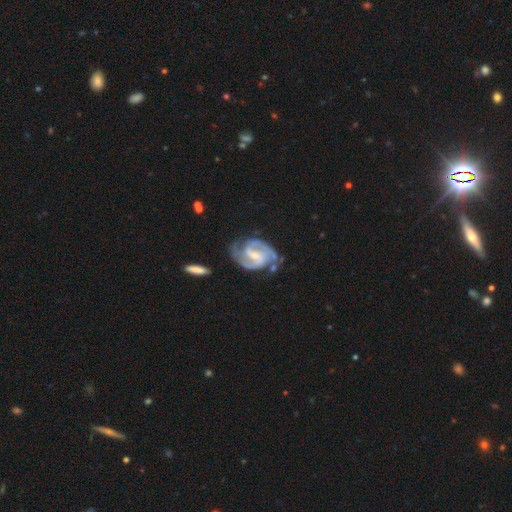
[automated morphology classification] Q: Smooth or featured?
A: featured or disk (90%); runner-up: smooth (6%)
Q: Edge-on disk?
A: no (98%); runner-up: yes (2%)
Q: Bar?
A: weak (51%); runner-up: strong (27%)
Q: Spiral arms?
A: yes (97%); runner-up: no (3%)
Q: Spiral winding?
A: medium (53%); runner-up: tight (35%)
Q: Spiral arm count?
A: 2 (77%); runner-up: 3 (10%)
Q: Bulge size?
A: small (64%); runner-up: moderate (29%)
Q: Merging?
A: none (62%); runner-up: minor disturbance (22%)